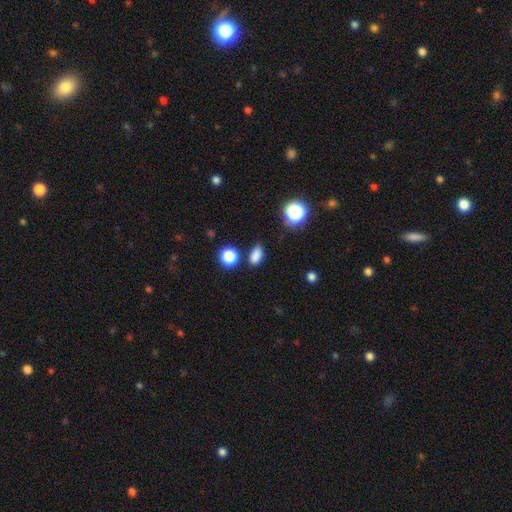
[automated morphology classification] Smooth or featured? Predicted: smooth (p=0.82). How rounded? Predicted: in between (p=0.81). Merging? Predicted: none (p=0.77).